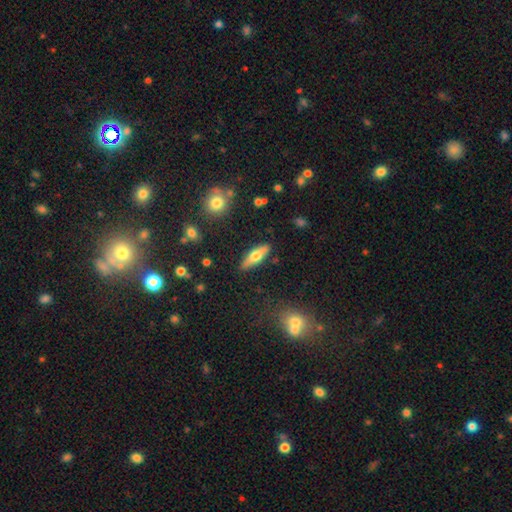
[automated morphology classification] Smooth or featured? Predicted: smooth (p=0.55). How rounded? Predicted: cigar-shaped (p=0.49). Merging? Predicted: none (p=0.86).